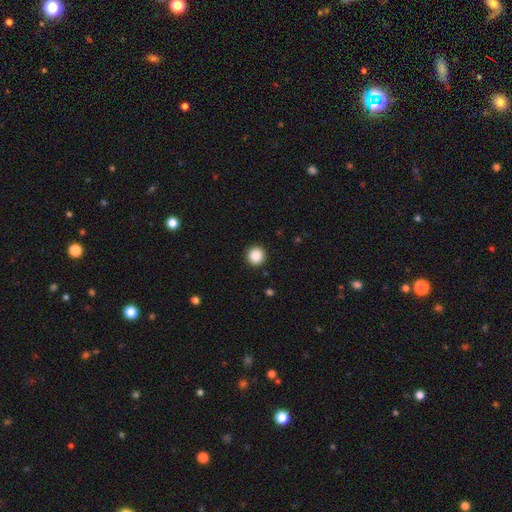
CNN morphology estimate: A smooth galaxy with no disk features (88%) that is round (95%).

Vote fractions:
- Smooth or featured? smooth: 88% / star or artifact: 9% / featured or disk: 3%
- How rounded? round: 95% / in between: 4% / cigar-shaped: 1%
- Merging? none: 93% / minor disturbance: 5% / major disturbance: 2% / merger: 1%